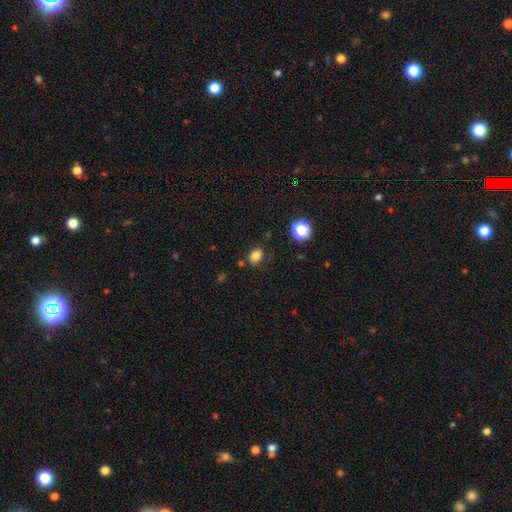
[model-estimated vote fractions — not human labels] This appears to be a smooth galaxy with no disk features (80%) that is round (52%). Merging: none (75%).